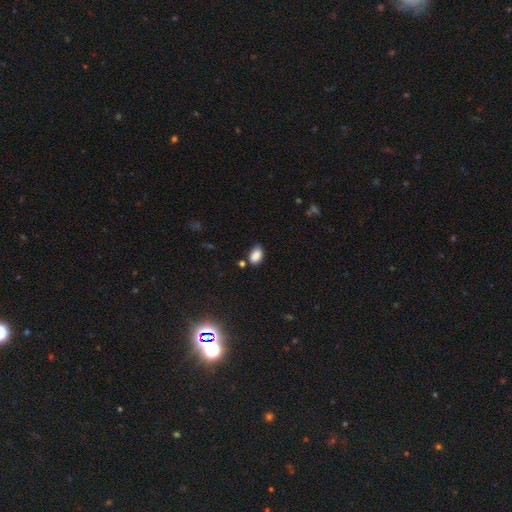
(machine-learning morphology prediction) Q: Smooth or featured?
A: smooth (86%); runner-up: star or artifact (9%)
Q: How rounded?
A: in between (89%); runner-up: round (10%)
Q: Merging?
A: none (68%); runner-up: minor disturbance (23%)